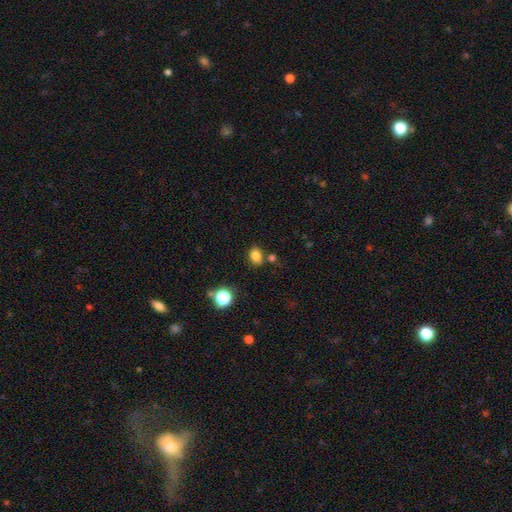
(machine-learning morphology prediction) smooth-or-featured: smooth: 81% | star or artifact: 13% | featured or disk: 6%
  how-rounded: in between: 64% | round: 35% | cigar-shaped: 1%
  merging: none: 74% | minor disturbance: 13% | merger: 10% | major disturbance: 3%